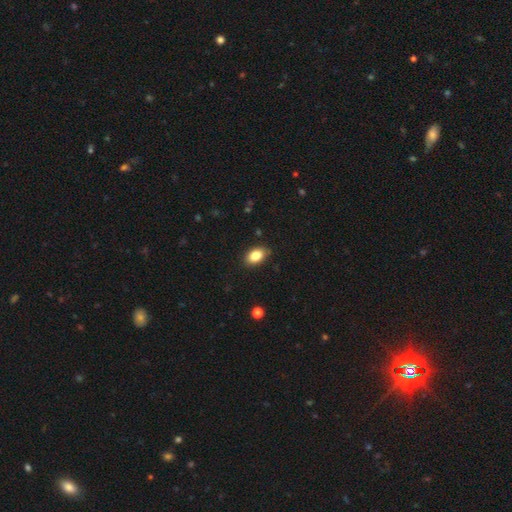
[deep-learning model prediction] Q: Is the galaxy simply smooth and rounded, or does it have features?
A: smooth — 85%.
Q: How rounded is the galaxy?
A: in between — 89%.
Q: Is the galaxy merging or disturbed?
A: none — 86%.